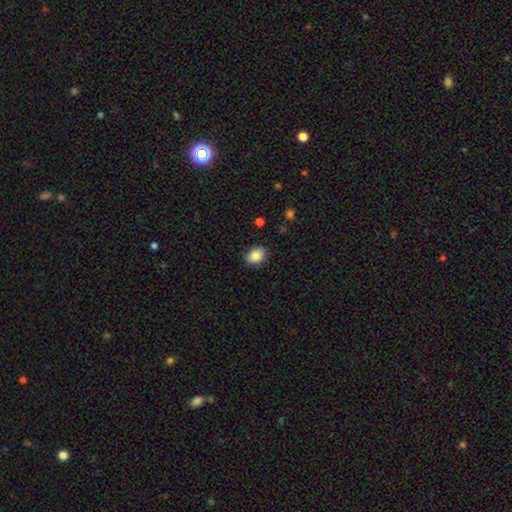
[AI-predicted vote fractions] This appears to be a smooth galaxy with no disk features (88%) that is in between round and cigar-shaped (61%). Merging: none (82%).